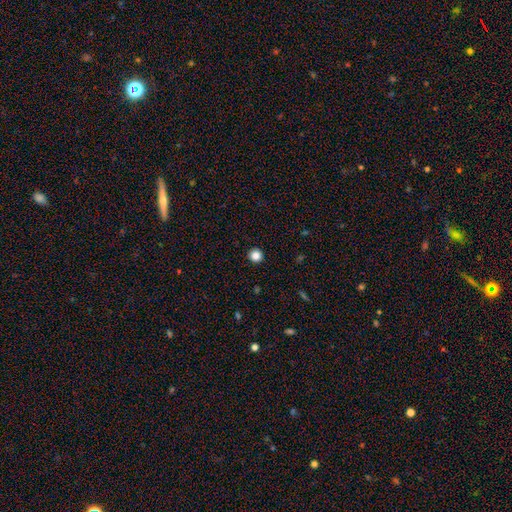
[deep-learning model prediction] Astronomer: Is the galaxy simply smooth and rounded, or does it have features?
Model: smooth — 85%.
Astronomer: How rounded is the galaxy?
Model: round — 95%.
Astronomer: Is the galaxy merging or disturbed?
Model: none — 93%.